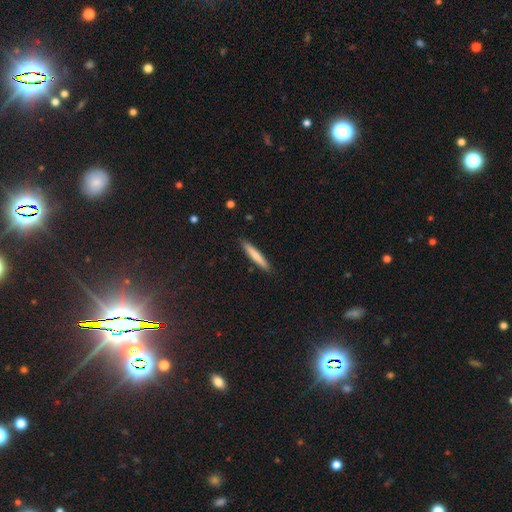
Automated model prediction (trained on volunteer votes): smooth 75%, featured or disk 20%, star or artifact 6%. Down the decision tree: how rounded — cigar-shaped (94%); merging — none (90%).